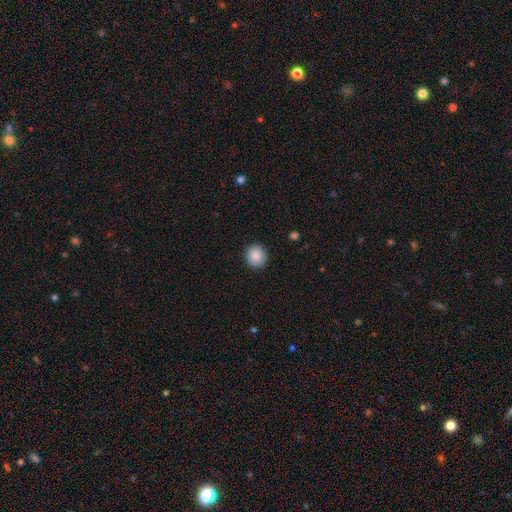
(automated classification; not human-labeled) Overall: smooth (88%). How rounded: round (88%). Merging: none (91%).